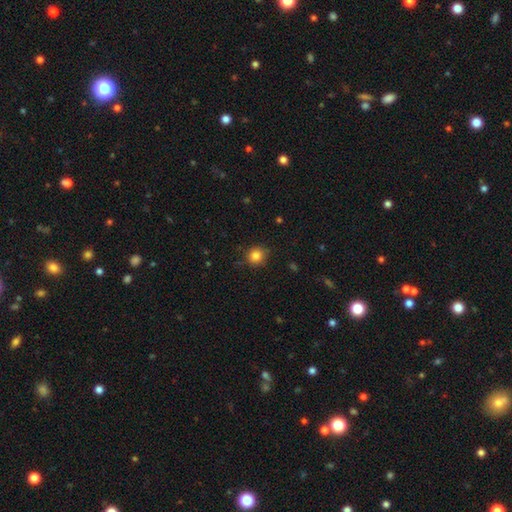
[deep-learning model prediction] smooth_or_featured: smooth (p=0.84) [alt: star or artifact p=0.11]
how_rounded: round (p=0.91) [alt: in between p=0.08]
merging: none (p=0.85) [alt: minor disturbance p=0.11]